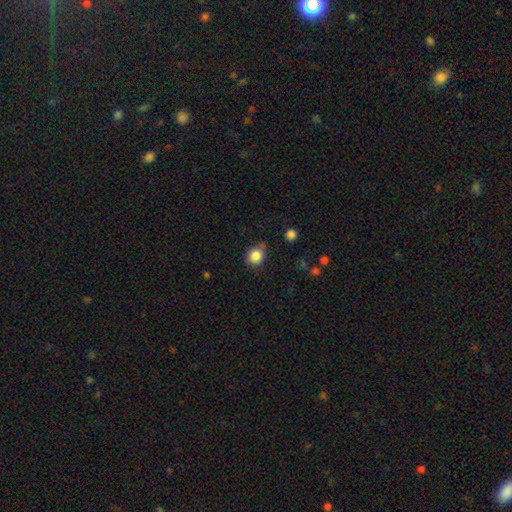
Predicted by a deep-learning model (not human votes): This appears to be a smooth galaxy with no disk features (85%) that is round (80%). Merging: none (73%).